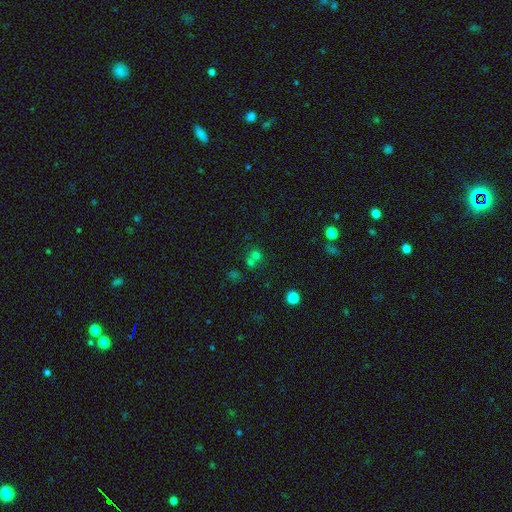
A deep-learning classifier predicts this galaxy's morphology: Smooth or featured: smooth — 63% (star or artifact — 25%)
How rounded: round — 82% (in between — 17%)
Merging: merger — 45% (tied with none — 45%)